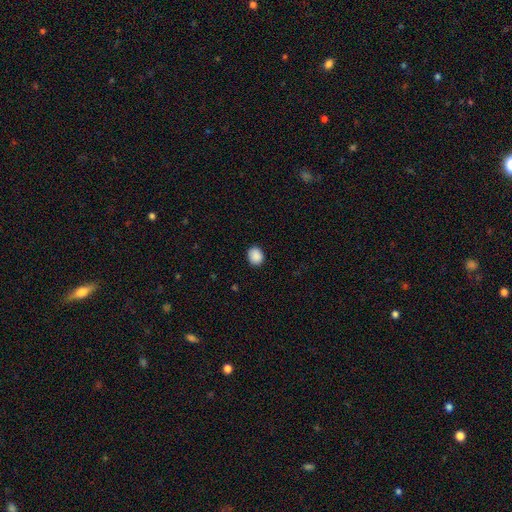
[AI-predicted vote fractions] The model was most divided on "how rounded": round: 67%, in between: 32%, cigar-shaped: 1%. More confident: smooth or featured — smooth (89%); merging — none (88%).